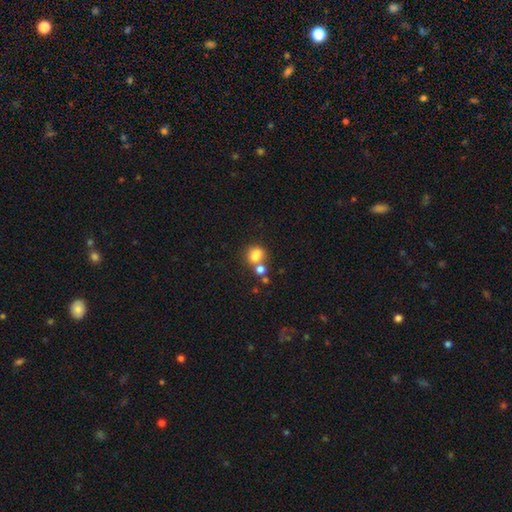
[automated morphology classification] smooth_or_featured: smooth (p=0.76) [alt: featured or disk p=0.12]
how_rounded: round (p=0.62) [alt: in between p=0.37]
merging: merger (p=0.45) [alt: none p=0.38]